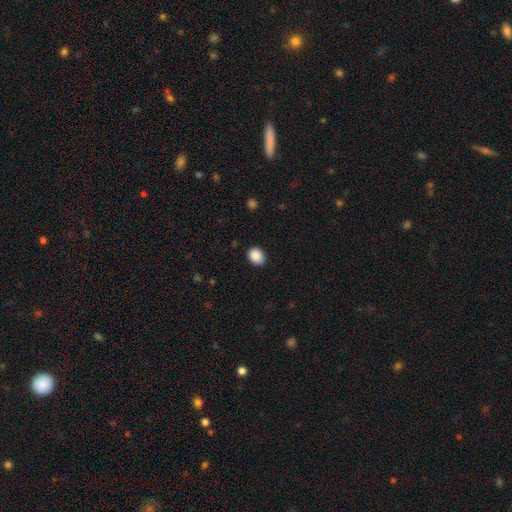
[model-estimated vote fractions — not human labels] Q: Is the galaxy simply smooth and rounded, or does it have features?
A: smooth — 89%.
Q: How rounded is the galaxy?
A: in between — 52%.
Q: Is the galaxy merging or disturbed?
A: none — 88%.